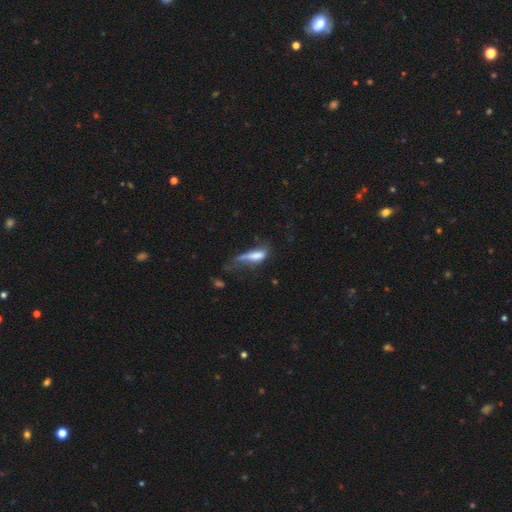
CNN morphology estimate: Smooth or featured?
  - smooth: 64% *
  - featured or disk: 26%
  - star or artifact: 9%
How rounded?
  - in between: 54% *
  - cigar-shaped: 43%
  - round: 3%
Merging?
  - major disturbance: 48% *
  - minor disturbance: 25%
  - none: 20%
  - merger: 8%